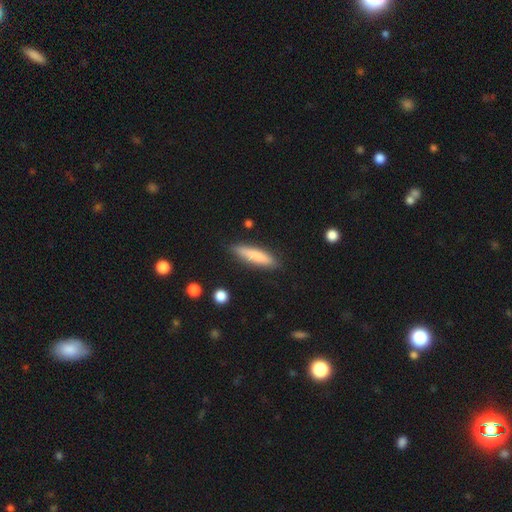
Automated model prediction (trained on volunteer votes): smooth 78%, featured or disk 16%, star or artifact 6%. Down the decision tree: how rounded — cigar-shaped (83%); merging — none (86%).